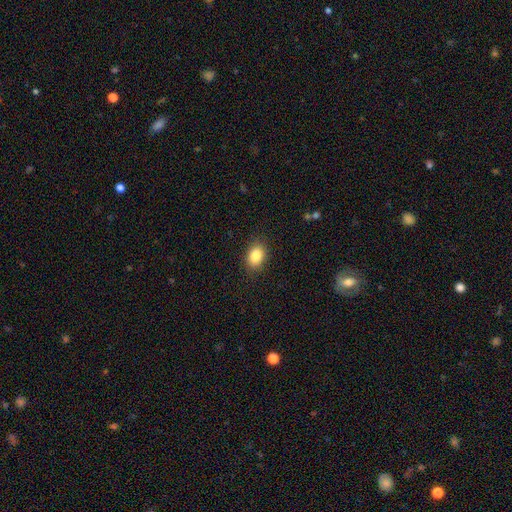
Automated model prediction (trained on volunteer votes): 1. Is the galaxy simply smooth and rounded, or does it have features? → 85% smooth, 9% star or artifact, 6% featured or disk.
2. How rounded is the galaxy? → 76% in between, 23% round, 1% cigar-shaped.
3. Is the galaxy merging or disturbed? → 87% none, 9% minor disturbance, 3% major disturbance, 1% merger.